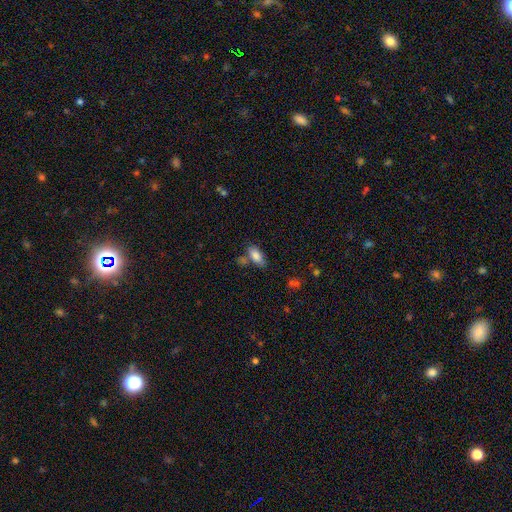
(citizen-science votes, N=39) Smooth or featured? 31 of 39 (79%) said smooth. How rounded? 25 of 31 (81%) said in between. Merging? 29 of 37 (78%) said none.